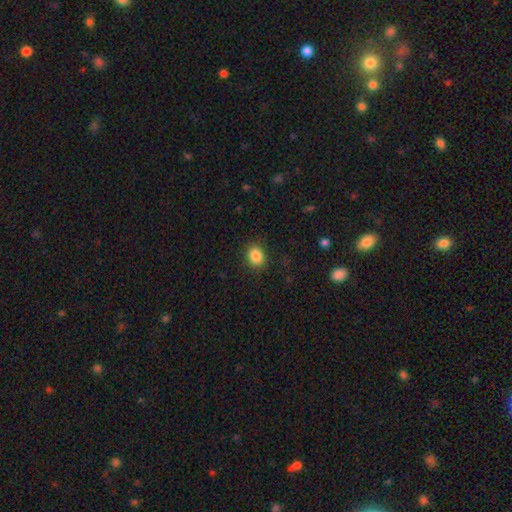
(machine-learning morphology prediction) type=smooth (86%); roundness=round (51%); merging=none (88%).